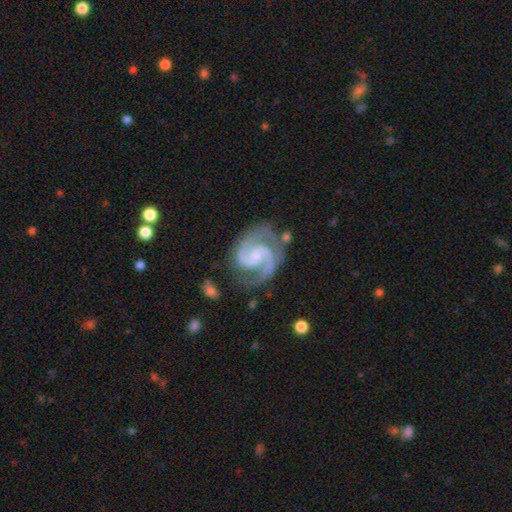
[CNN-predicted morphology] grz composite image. It shows a featured or disk galaxy (94%) with no bar (48%), 2 (93%) medium (56%) spiral arms (99%) and a small central bulge (58%). Merging: none (75%).